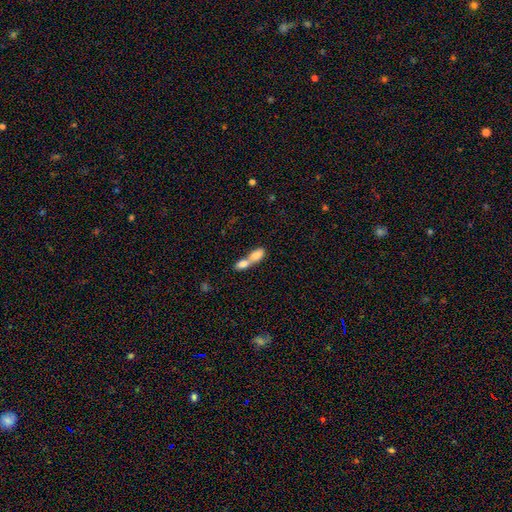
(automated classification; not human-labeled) Q: Smooth or featured?
A: smooth (76%); runner-up: featured or disk (16%)
Q: How rounded?
A: in between (77%); runner-up: cigar-shaped (14%)
Q: Merging?
A: merger (79%); runner-up: none (13%)